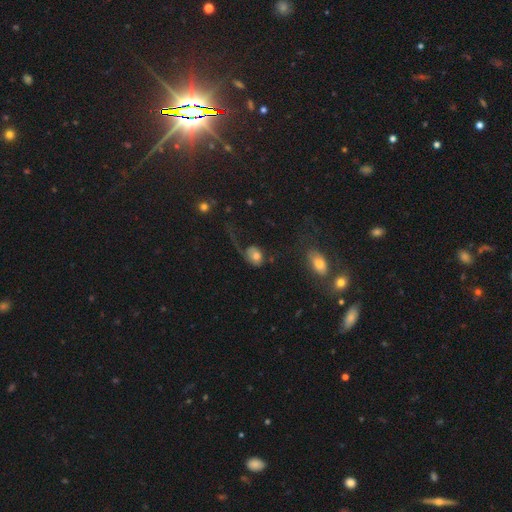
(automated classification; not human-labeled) smooth 64%, featured or disk 27%, star or artifact 9%. Down the decision tree: how rounded — in between (56%); merging — major disturbance (50%).